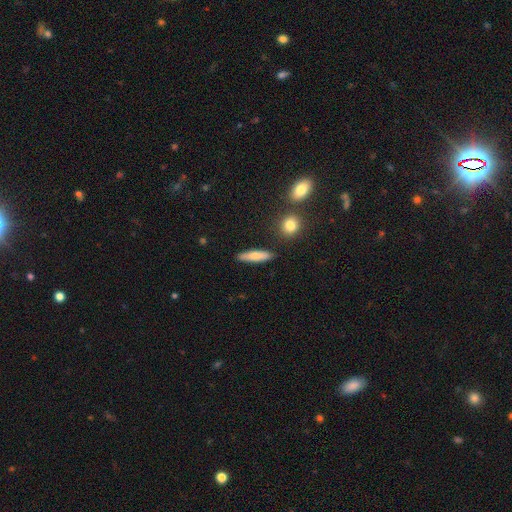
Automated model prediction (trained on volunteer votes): This is likely a smooth galaxy (74%). How rounded: likely cigar-shaped (73%). Merging: clearly none (87%).